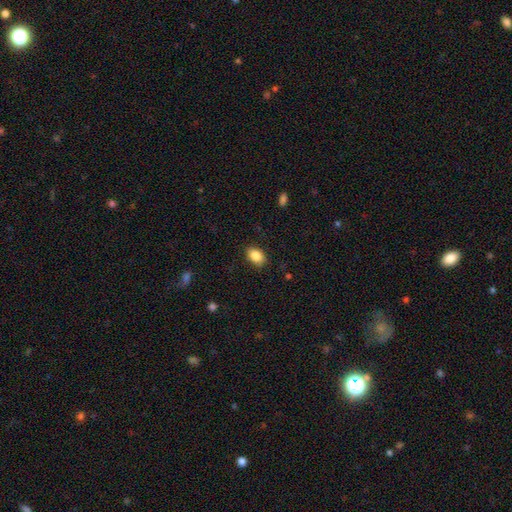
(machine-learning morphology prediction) type=smooth (87%); roundness=in between (84%); merging=none (87%).